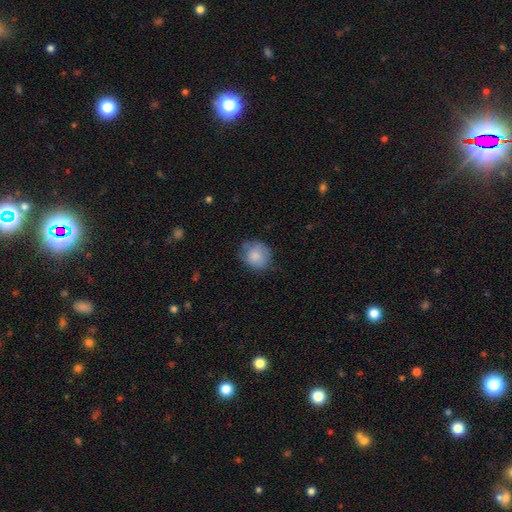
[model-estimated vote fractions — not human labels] A smooth galaxy with no disk features (82%) that is round (74%).

Vote fractions:
- Smooth or featured? smooth: 82% / featured or disk: 11% / star or artifact: 7%
- How rounded? round: 74% / in between: 25% / cigar-shaped: 1%
- Merging? none: 66% / minor disturbance: 26% / major disturbance: 7% / merger: 1%